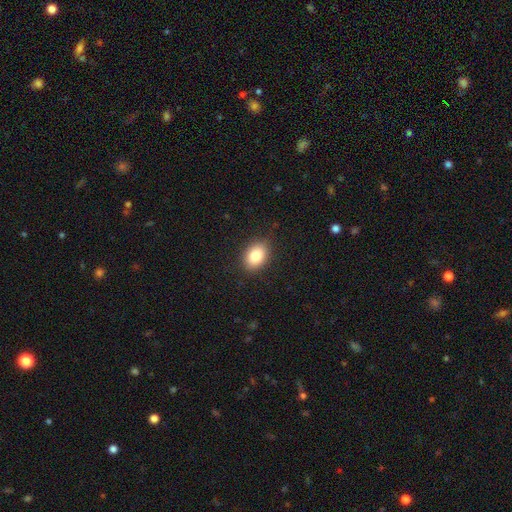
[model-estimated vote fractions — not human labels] Smooth or featured: smooth — 83% (featured or disk — 8%)
How rounded: in between — 76% (round — 23%)
Merging: none — 87% (minor disturbance — 10%)